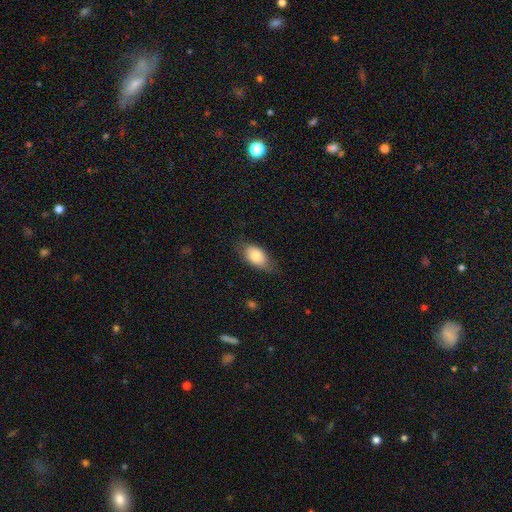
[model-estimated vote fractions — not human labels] Morphology: type=smooth (80%); roundness=in between (90%); merging=none (68%).